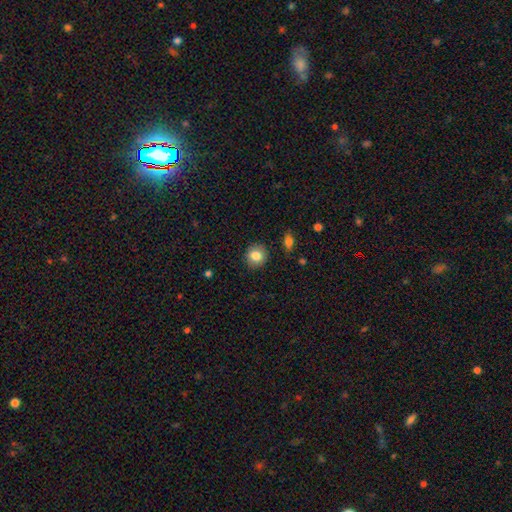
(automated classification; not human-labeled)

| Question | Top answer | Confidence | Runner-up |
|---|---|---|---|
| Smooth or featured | smooth | 83% | star or artifact (9%) |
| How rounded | round | 84% | in between (15%) |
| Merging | none | 89% | minor disturbance (8%) |